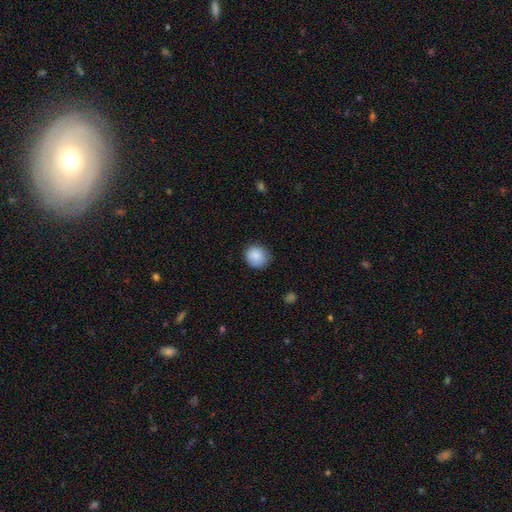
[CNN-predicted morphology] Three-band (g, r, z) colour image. It shows a smooth galaxy with no disk features (87%) that is round (83%). Merging: none (82%).